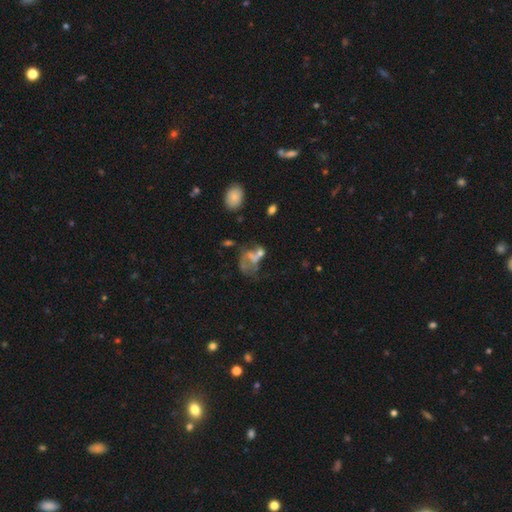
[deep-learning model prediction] Smooth or featured? featured or disk (45%)
Merging? major disturbance (35%)